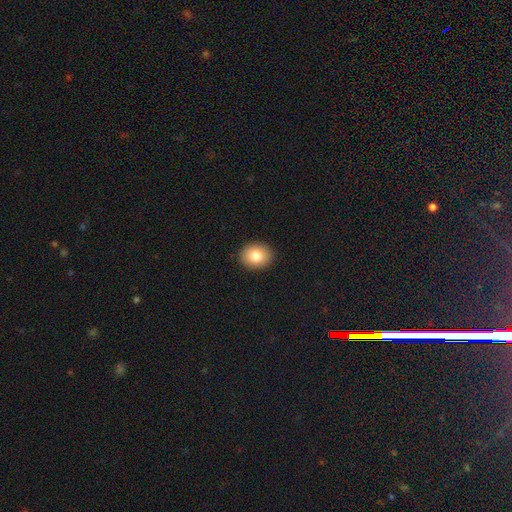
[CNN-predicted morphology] A smooth galaxy with no disk features (82%) that is round (55%).

Vote fractions:
- Smooth or featured? smooth: 82% / featured or disk: 9% / star or artifact: 9%
- How rounded? round: 55% / in between: 44% / cigar-shaped: 1%
- Merging? none: 91% / minor disturbance: 6% / major disturbance: 2% / merger: 1%